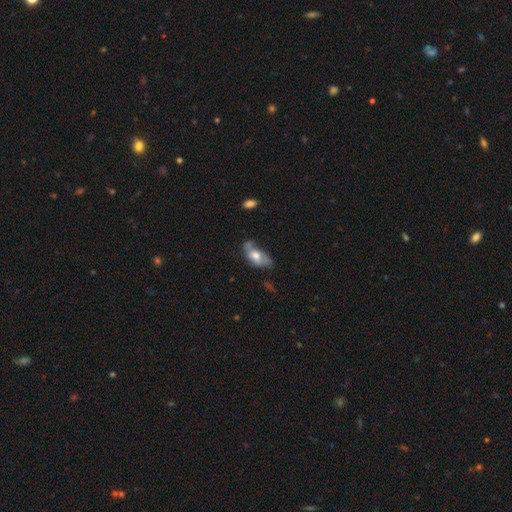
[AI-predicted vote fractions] Morphology: type=smooth (57%); roundness=in between (88%); merging=none (35%, tied with minor disturbance).